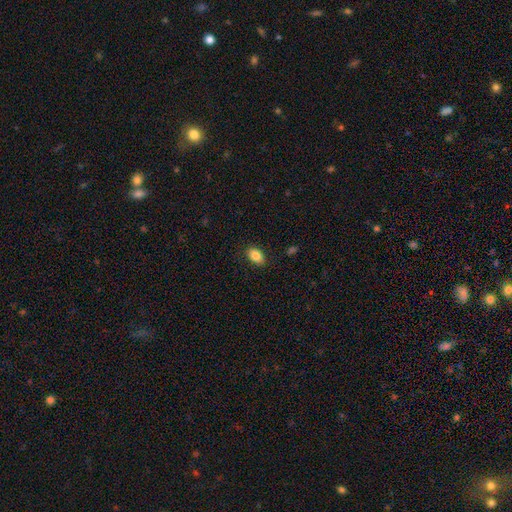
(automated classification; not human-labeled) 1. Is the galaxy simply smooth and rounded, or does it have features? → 85% smooth, 8% star or artifact, 7% featured or disk.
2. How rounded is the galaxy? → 88% in between, 11% round, 2% cigar-shaped.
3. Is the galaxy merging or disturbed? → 87% none, 9% minor disturbance, 2% major disturbance, 1% merger.